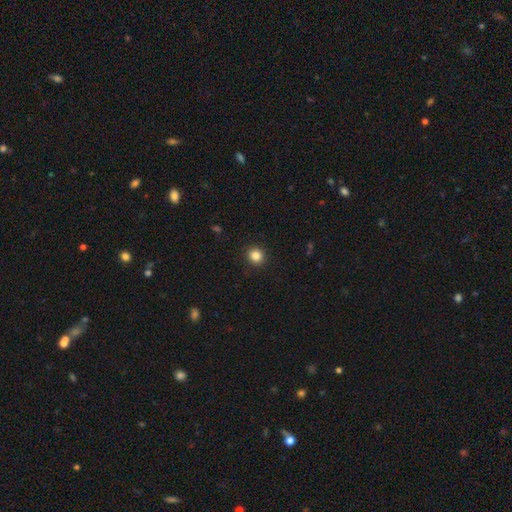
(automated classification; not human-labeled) This appears to be a smooth galaxy with no disk features (84%) that is round (90%). Merging: none (92%).